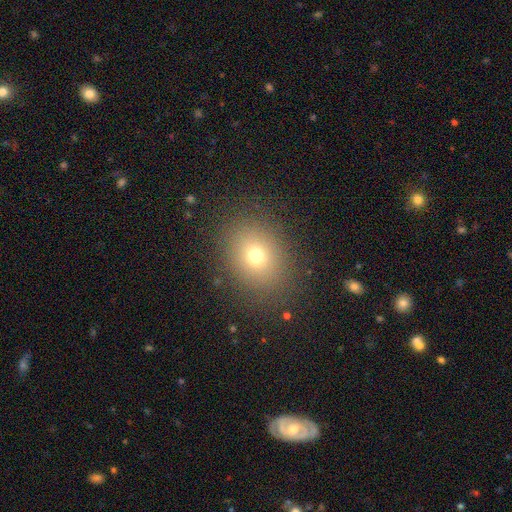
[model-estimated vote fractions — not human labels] smooth 70%, star or artifact 18%, featured or disk 12%. Down the decision tree: how rounded — round (56%); merging — none (86%).